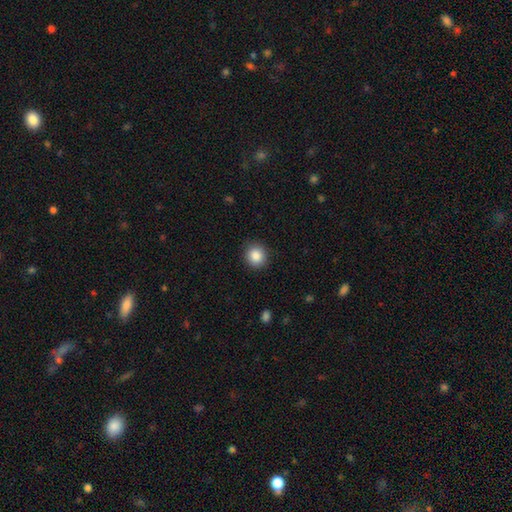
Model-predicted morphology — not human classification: Smooth or featured? smooth (87%)
How rounded? round (87%)
Merging? none (90%)